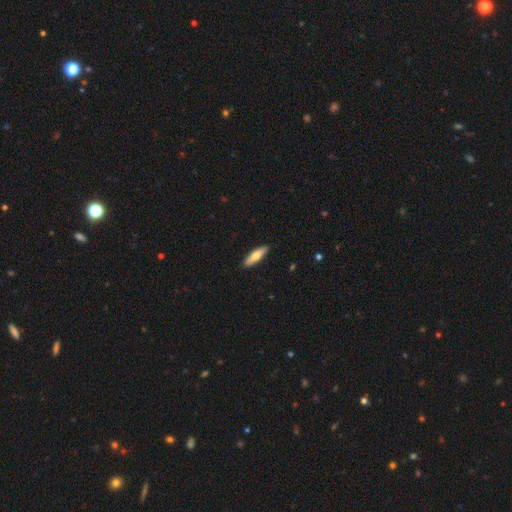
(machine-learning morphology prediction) Overall: smooth (65%; featured or disk 30%). How rounded: cigar-shaped (67%; in between 32%). Merging: none (90%).